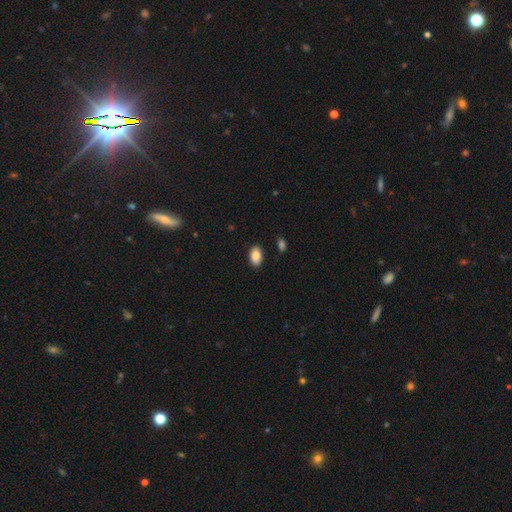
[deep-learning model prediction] This appears to be a smooth galaxy with no disk features (89%) that is in between round and cigar-shaped (92%). Merging: none (86%).